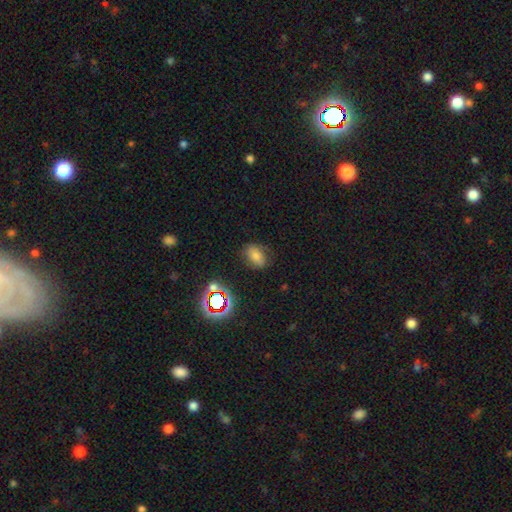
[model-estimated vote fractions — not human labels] Smooth or featured? Predicted: smooth (p=0.69). How rounded? Predicted: in between (p=0.79). Merging? Predicted: none (p=0.75).